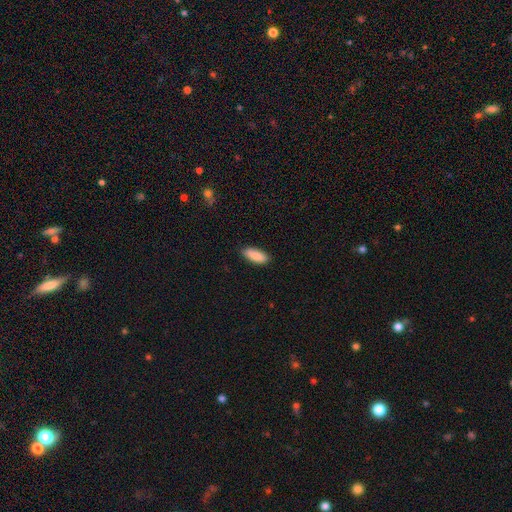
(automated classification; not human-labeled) A smooth galaxy with no disk features (89%) that is in between round and cigar-shaped (72%). Merging: none (87%).